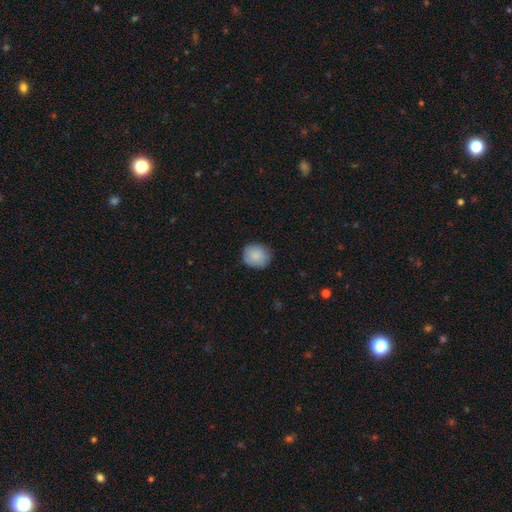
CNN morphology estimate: Smooth or featured? Predicted: smooth (p=0.86). How rounded? Predicted: round (p=0.77). Merging? Predicted: none (p=0.84).